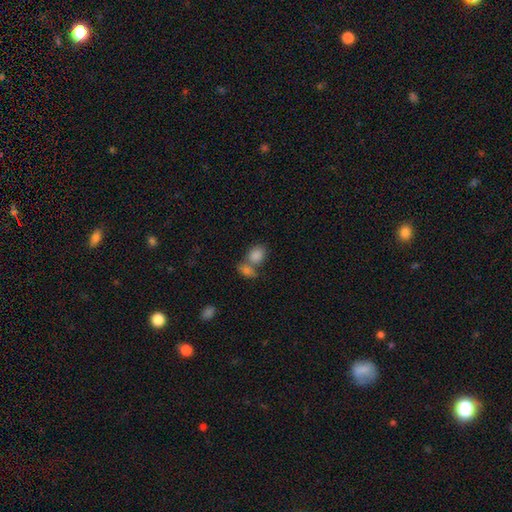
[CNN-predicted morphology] type=smooth (84%); roundness=in between (56%); merging=merger (52%).